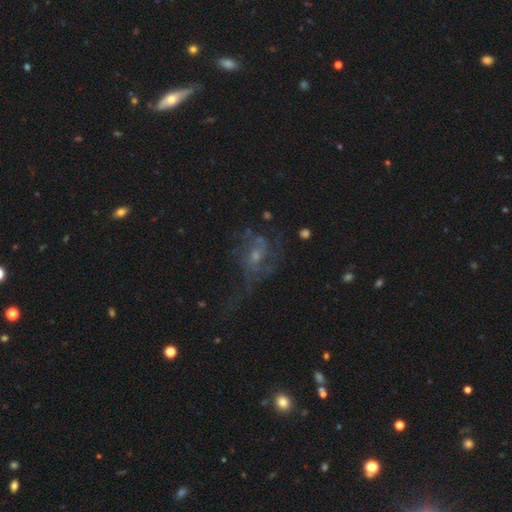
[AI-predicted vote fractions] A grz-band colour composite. It shows a featured or disk galaxy (70%) with no bar (61%), can't tell (33%, tied with 2) medium (43%) spiral arms (76%) and a small central bulge (54%). Merging: none (43%).